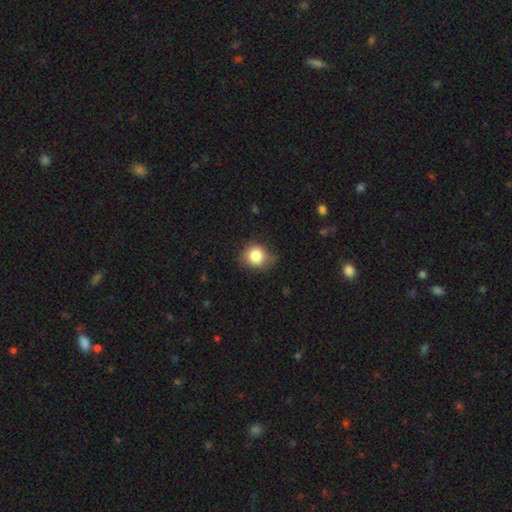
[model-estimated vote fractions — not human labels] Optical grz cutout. It shows a smooth galaxy with no disk features (83%) that is round (84%). Merging: none (69%).